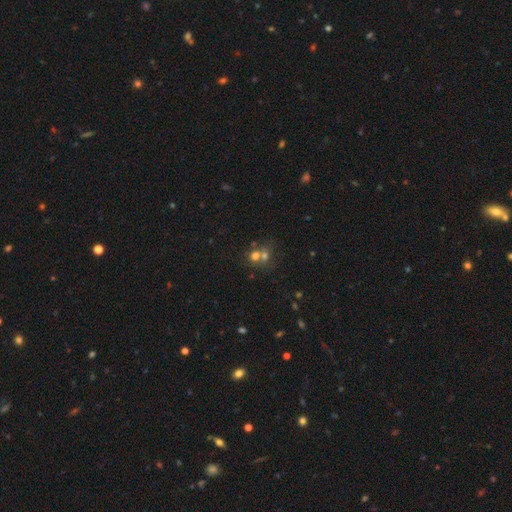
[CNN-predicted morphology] This is likely a smooth galaxy (63%). How rounded: likely round (75%). Merging: possibly merger (56%).